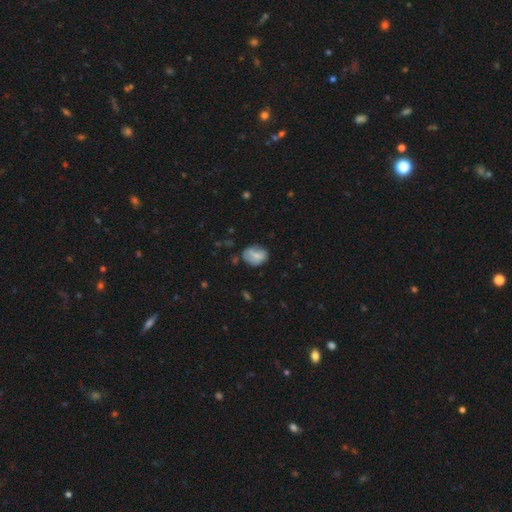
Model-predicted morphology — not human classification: type=smooth (59%); roundness=in between (65%); merging=none (49%).